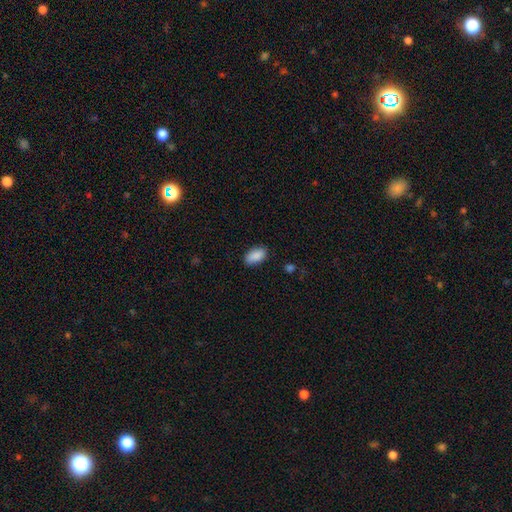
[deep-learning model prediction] smooth-or-featured: smooth: 90% | star or artifact: 7% | featured or disk: 4%
  how-rounded: in between: 93% | round: 4% | cigar-shaped: 3%
  merging: none: 84% | minor disturbance: 12% | major disturbance: 3% | merger: 1%